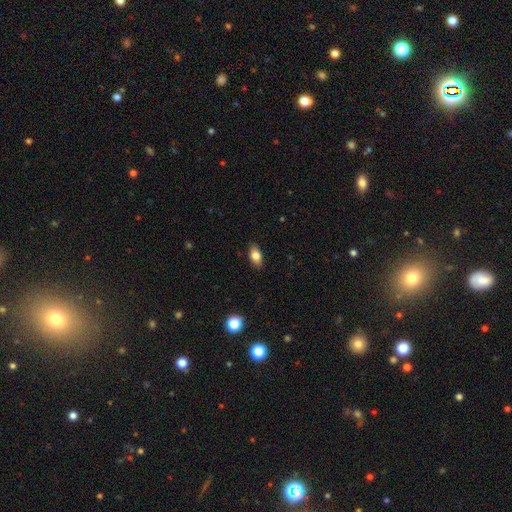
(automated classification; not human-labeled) This is clearly a smooth galaxy (81%). How rounded: clearly in between (88%). Merging: clearly none (87%).